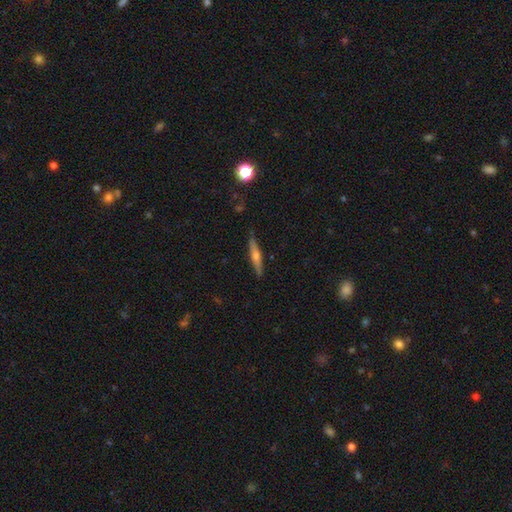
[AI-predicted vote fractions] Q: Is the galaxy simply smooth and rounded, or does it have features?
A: featured or disk — 52%.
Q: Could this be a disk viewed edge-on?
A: yes — 95%.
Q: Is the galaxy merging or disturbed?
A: none — 87%.